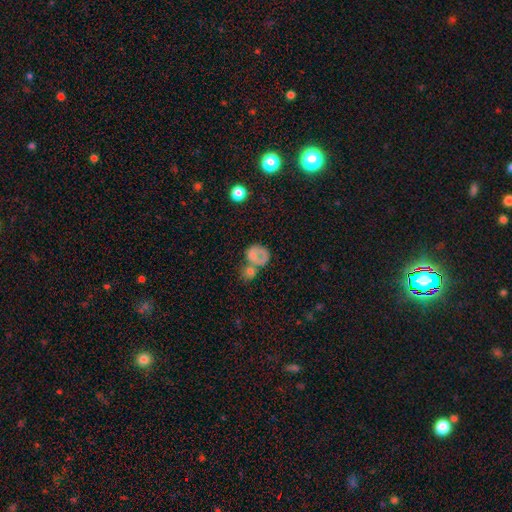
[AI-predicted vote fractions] Q: Smooth or featured?
A: smooth (59%); runner-up: featured or disk (30%)
Q: How rounded?
A: round (62%); runner-up: in between (37%)
Q: Merging?
A: merger (42%); runner-up: none (30%)